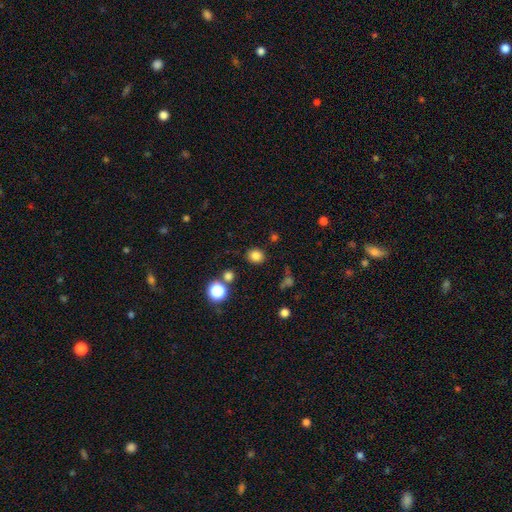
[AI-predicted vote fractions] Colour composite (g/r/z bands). It shows a smooth galaxy with no disk features (81%) that is round (76%). Merging: none (86%).